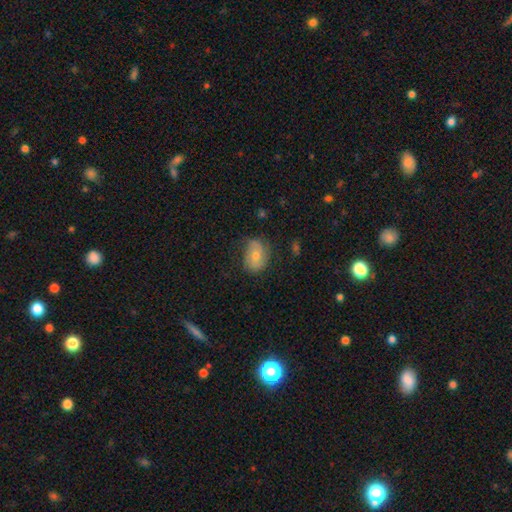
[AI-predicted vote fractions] Overall: smooth (57%; featured or disk 33%). How rounded: in between (74%). Merging: none (66%).